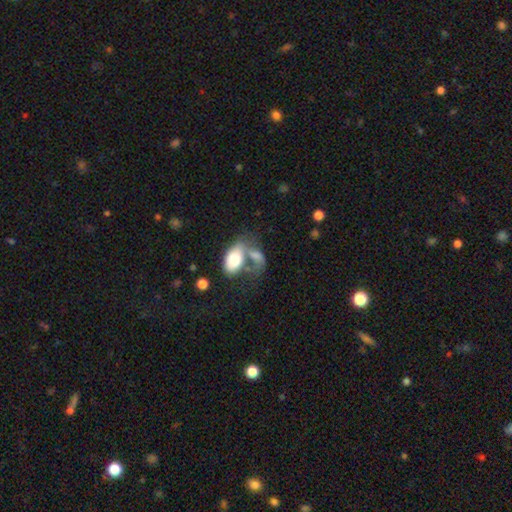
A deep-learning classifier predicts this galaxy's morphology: Smooth or featured?
  - smooth: 68% *
  - featured or disk: 24%
  - star or artifact: 7%
How rounded?
  - in between: 89% *
  - round: 8%
  - cigar-shaped: 3%
Merging?
  - merger: 54% *
  - major disturbance: 21%
  - none: 15%
  - minor disturbance: 10%